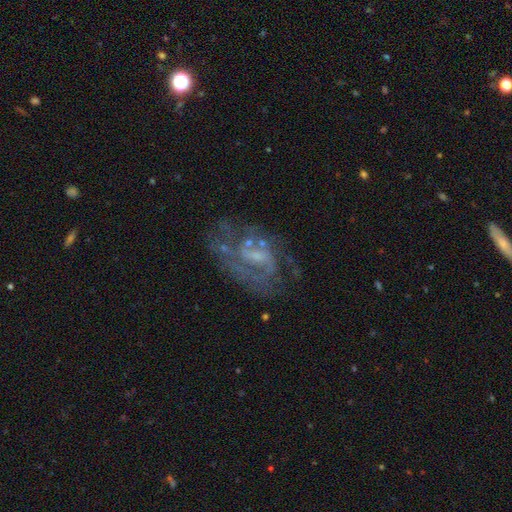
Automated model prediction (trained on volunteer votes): A featured or disk galaxy (77%) with a weak bar (47%), 2 (42%) medium (44%) spiral arms (76%) and a small central bulge (44%). Merging: none (52%).